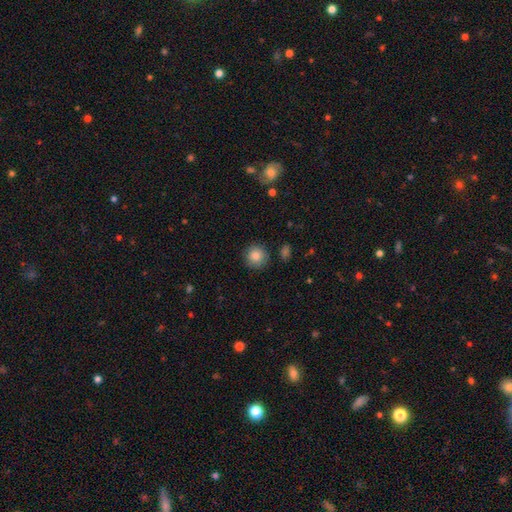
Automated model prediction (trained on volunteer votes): Smooth or featured? smooth (86%)
How rounded? round (94%)
Merging? none (87%)